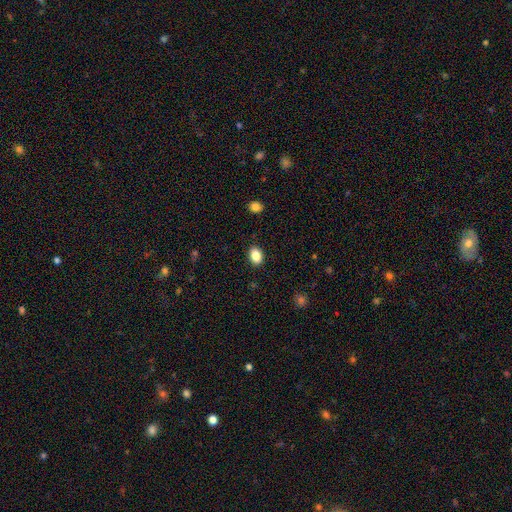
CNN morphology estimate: A smooth galaxy with no disk features (86%) that is in between round and cigar-shaped (76%). Merging: none (89%).